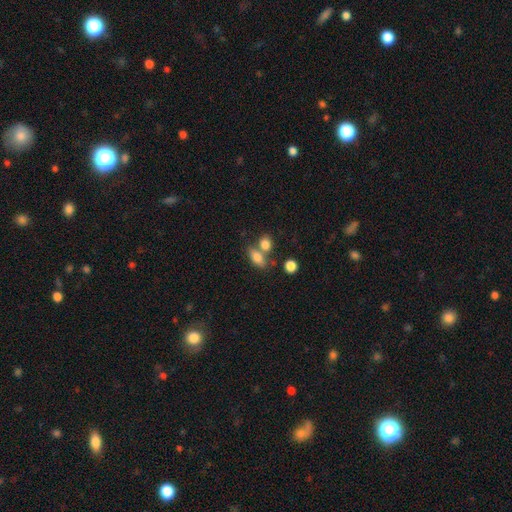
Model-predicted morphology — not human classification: A smooth galaxy with no disk features (80%) that is in between round and cigar-shaped (79%). Merging: none (45%).